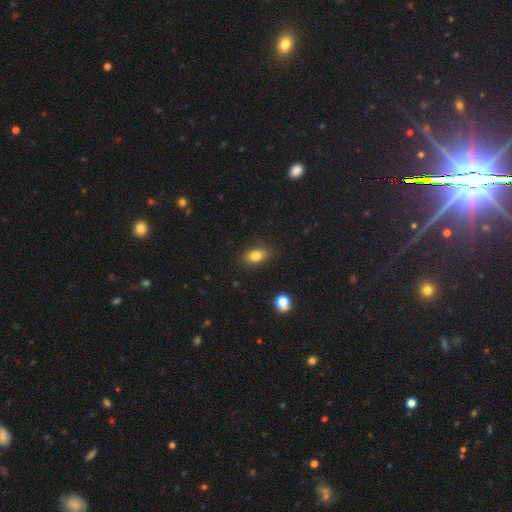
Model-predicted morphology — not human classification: Q: Smooth or featured?
A: smooth (81%); runner-up: star or artifact (10%)
Q: How rounded?
A: in between (84%); runner-up: round (12%)
Q: Merging?
A: none (86%); runner-up: minor disturbance (10%)